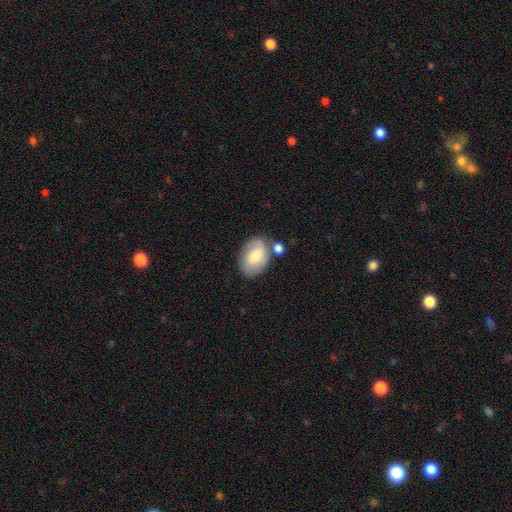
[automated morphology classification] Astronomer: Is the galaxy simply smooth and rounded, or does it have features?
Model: smooth — 56% (runner-up: featured or disk, 37%).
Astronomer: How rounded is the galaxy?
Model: in between — 83%.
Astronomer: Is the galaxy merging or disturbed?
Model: none — 60%.